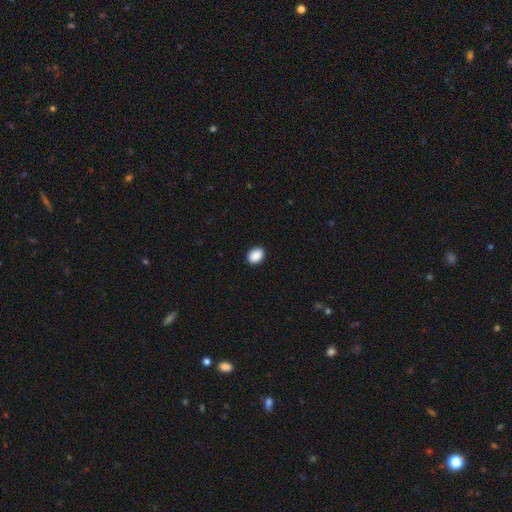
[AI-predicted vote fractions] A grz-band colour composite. It shows a smooth galaxy with no disk features (90%) that is in between round and cigar-shaped (72%). Merging: none (91%).